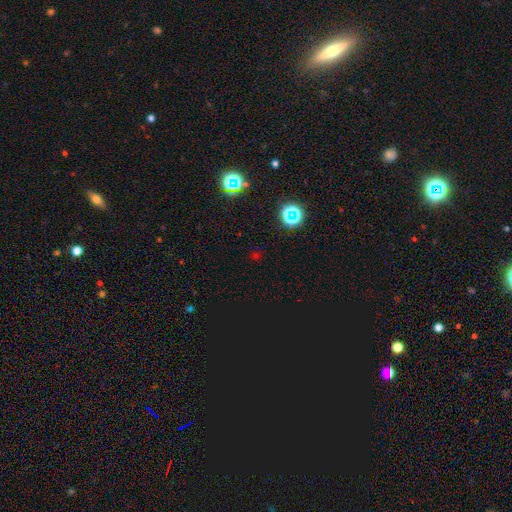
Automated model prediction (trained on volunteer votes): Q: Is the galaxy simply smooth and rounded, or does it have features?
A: star or artifact — 65%.